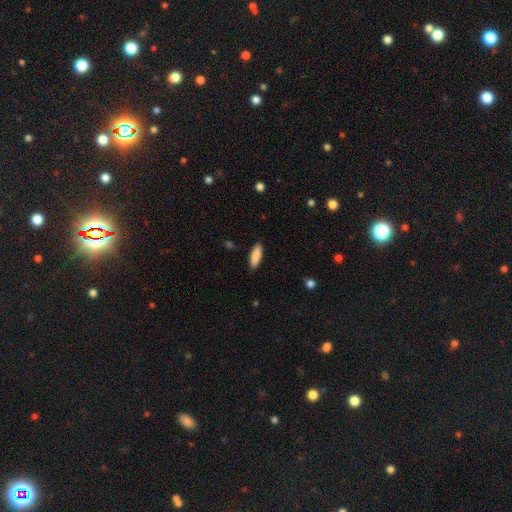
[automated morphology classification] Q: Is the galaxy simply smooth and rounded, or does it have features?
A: smooth — 89%.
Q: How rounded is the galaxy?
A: in between — 57%.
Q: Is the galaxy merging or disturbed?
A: none — 89%.